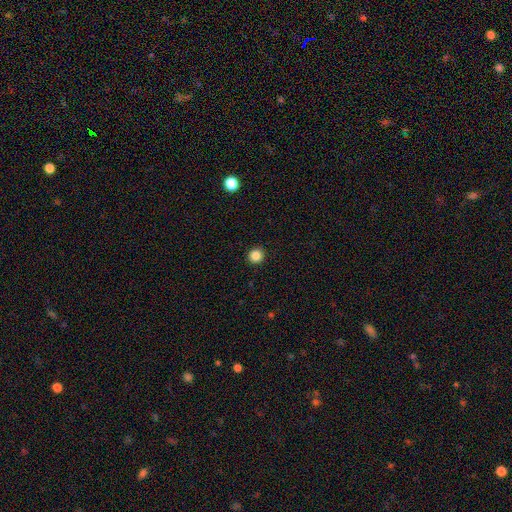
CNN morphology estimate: This appears to be a smooth galaxy with no disk features (86%) that is round (94%). Merging: none (93%).